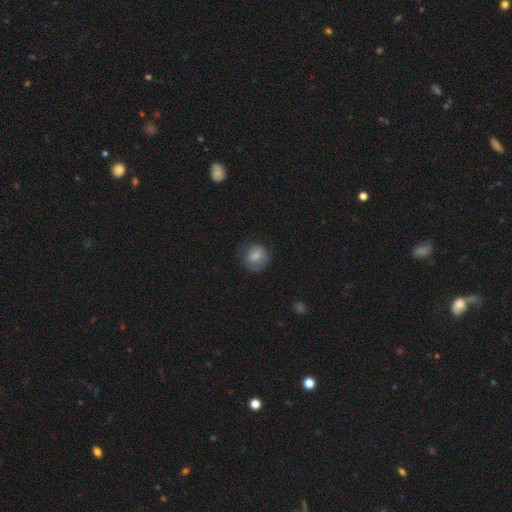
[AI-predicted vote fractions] smooth-or-featured: smooth: 74% | featured or disk: 18% | star or artifact: 8%
  how-rounded: round: 76% | in between: 23% | cigar-shaped: 1%
  merging: none: 64% | minor disturbance: 23% | major disturbance: 12% | merger: 1%